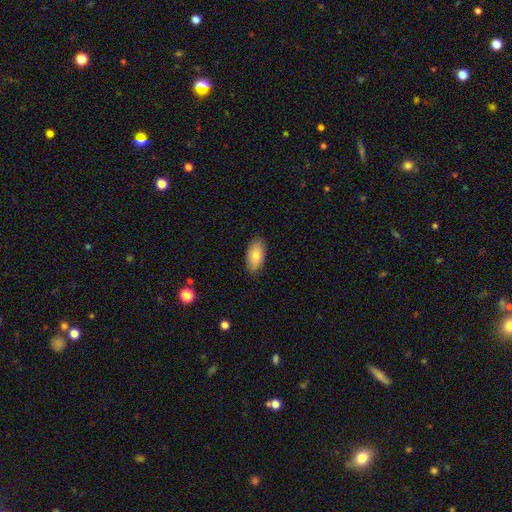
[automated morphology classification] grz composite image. It shows a smooth galaxy with no disk features (81%) that is in between round and cigar-shaped (93%). Merging: none (84%).